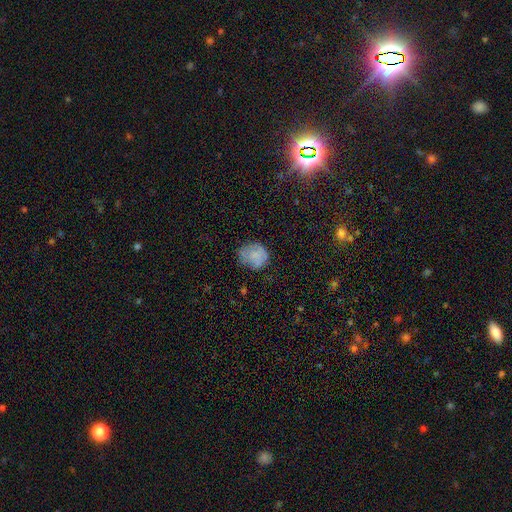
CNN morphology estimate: smooth-or-featured: smooth: 67% | featured or disk: 23% | star or artifact: 11%
  how-rounded: round: 77% | in between: 22% | cigar-shaped: 1%
  merging: none: 61% | minor disturbance: 27% | major disturbance: 10% | merger: 2%